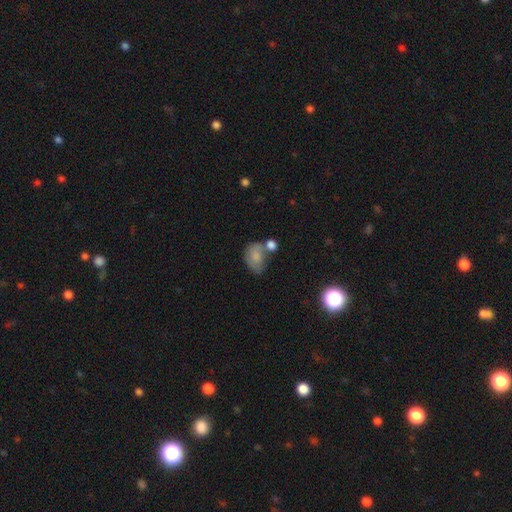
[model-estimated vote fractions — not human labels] The model was most divided on "merging" (2-way tie): none: 32%, merger: 32%, minor disturbance: 22%, major disturbance: 13%. More confident: how rounded — in between (79%); smooth or featured — smooth (76%).